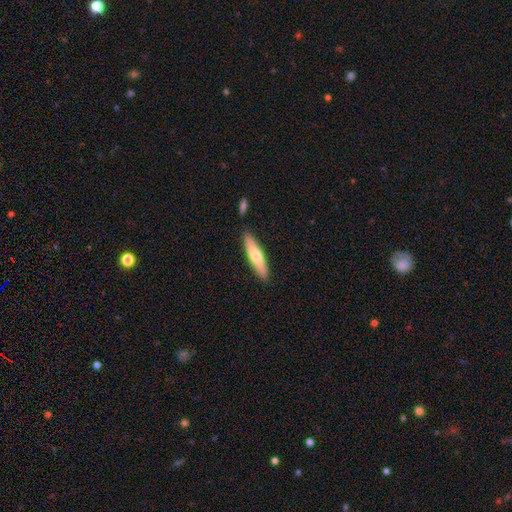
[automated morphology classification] Smooth or featured?
  - smooth: 64% *
  - featured or disk: 31%
  - star or artifact: 5%
How rounded?
  - cigar-shaped: 81% *
  - in between: 18%
  - round: 1%
Merging?
  - none: 85% *
  - minor disturbance: 10%
  - merger: 4%
  - major disturbance: 2%